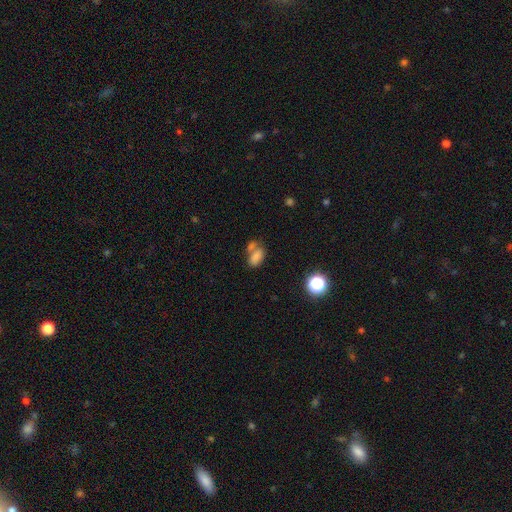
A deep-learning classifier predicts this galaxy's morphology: smooth-or-featured: smooth: 77% | star or artifact: 12% | featured or disk: 11%
  how-rounded: in between: 87% | round: 10% | cigar-shaped: 3%
  merging: merger: 46% | none: 33% | minor disturbance: 13% | major disturbance: 8%